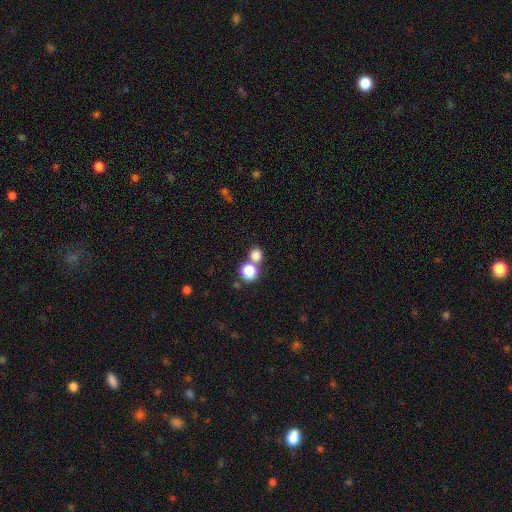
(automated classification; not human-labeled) smooth_or_featured: smooth (p=0.79) [alt: star or artifact p=0.14]
how_rounded: round (p=0.79) [alt: in between p=0.20]
merging: none (p=0.53) [alt: merger p=0.37]